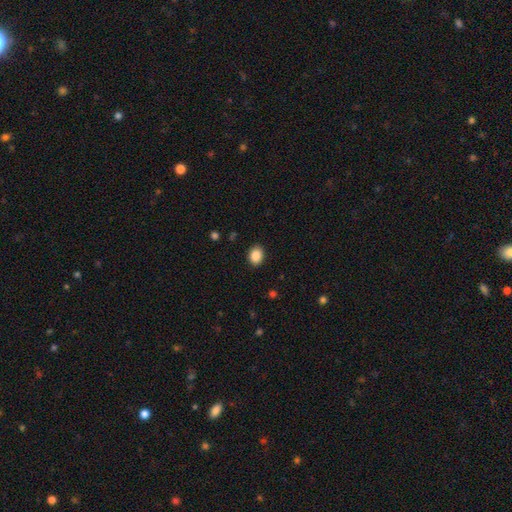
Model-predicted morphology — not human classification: smooth-or-featured: smooth: 89% | star or artifact: 9% | featured or disk: 3%
  how-rounded: in between: 59% | round: 40% | cigar-shaped: 1%
  merging: none: 88% | minor disturbance: 8% | major disturbance: 2% | merger: 1%